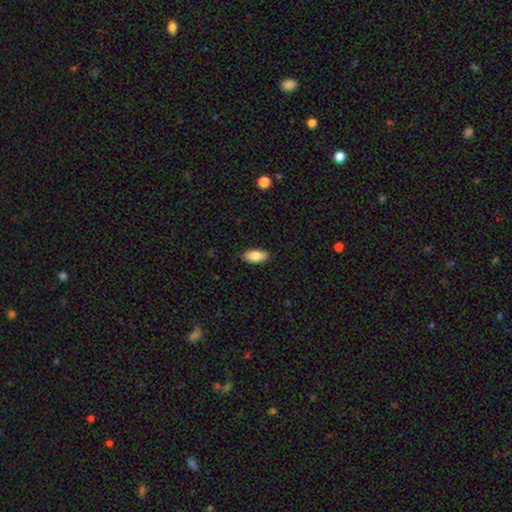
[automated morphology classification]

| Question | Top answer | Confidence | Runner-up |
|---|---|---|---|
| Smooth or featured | smooth | 84% | featured or disk (9%) |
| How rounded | in between | 89% | cigar-shaped (9%) |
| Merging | none | 89% | minor disturbance (8%) |